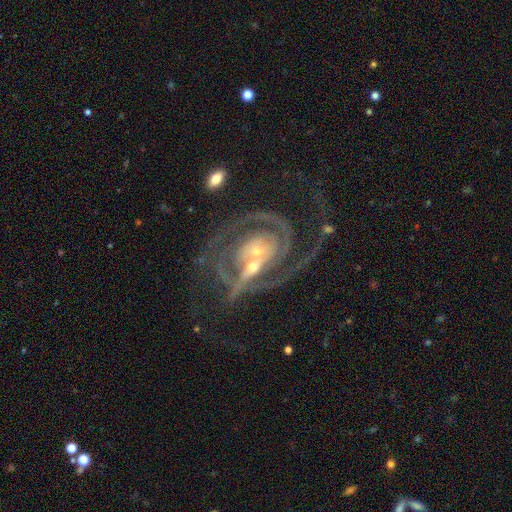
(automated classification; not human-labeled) Smooth or featured: featured or disk — 90% (star or artifact — 6%)
Edge-on disk: no — 97% (yes — 3%)
Bar: no — 61% (weak — 23%)
Spiral arms: yes — 96% (no — 4%)
Spiral winding: tight — 56% (medium — 34%)
Spiral arm count: 2 — 58% (can't tell — 13%)
Bulge size: small — 66% (moderate — 27%)
Merging: merger — 34% (none — 32%)